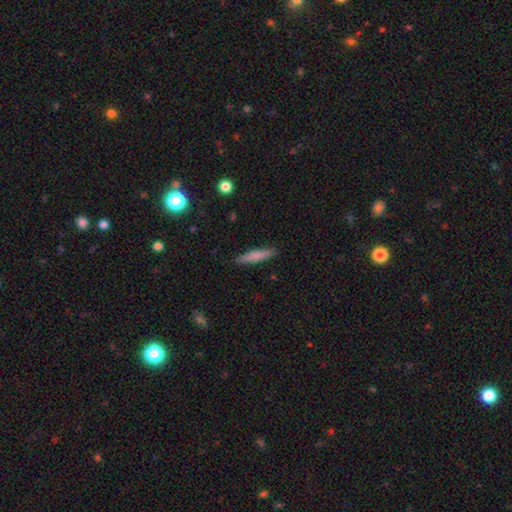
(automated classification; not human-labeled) Smooth or featured? Predicted: smooth (p=0.74). How rounded? Predicted: cigar-shaped (p=0.90). Merging? Predicted: none (p=0.89).